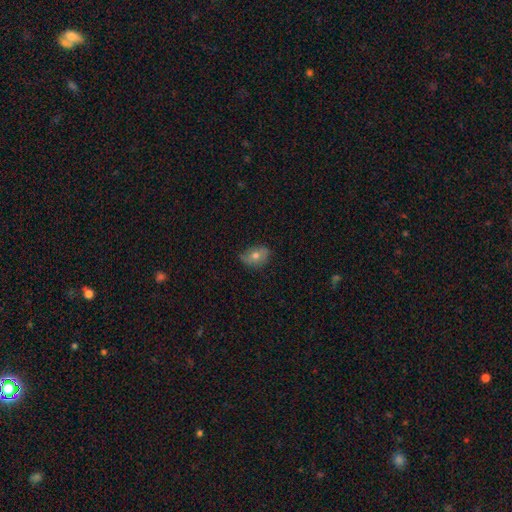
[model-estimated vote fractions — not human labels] A smooth galaxy with no disk features (60%) that is in between round and cigar-shaped (76%). Merging: none (73%).